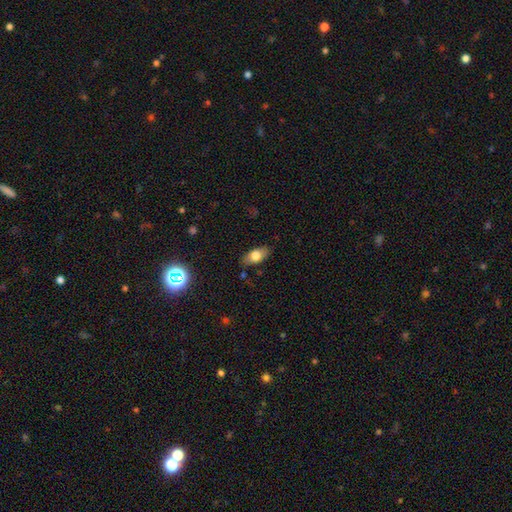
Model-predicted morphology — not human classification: A smooth galaxy with no disk features (73%) that is in between round and cigar-shaped (87%). Merging: none (82%).